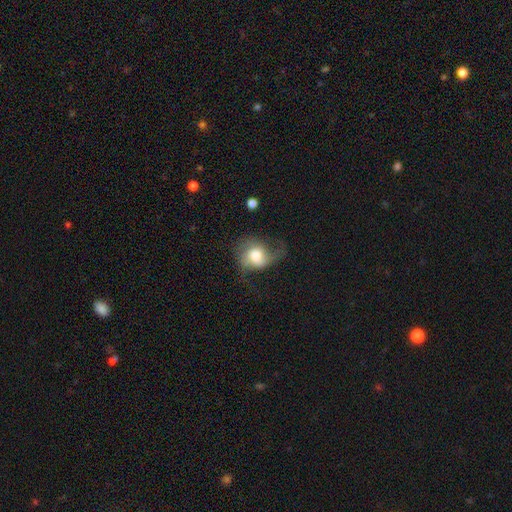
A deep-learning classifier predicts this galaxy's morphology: This is possibly a featured or disk galaxy (48%). Merging: marginally none (39%).